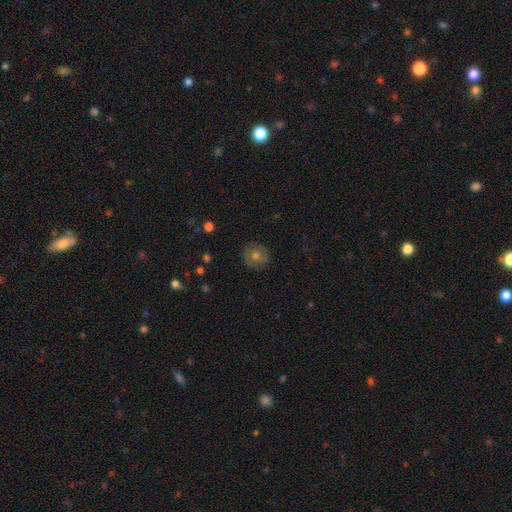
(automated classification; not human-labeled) This is possibly a smooth galaxy (60%). How rounded: clearly round (92%). Merging: clearly none (88%).